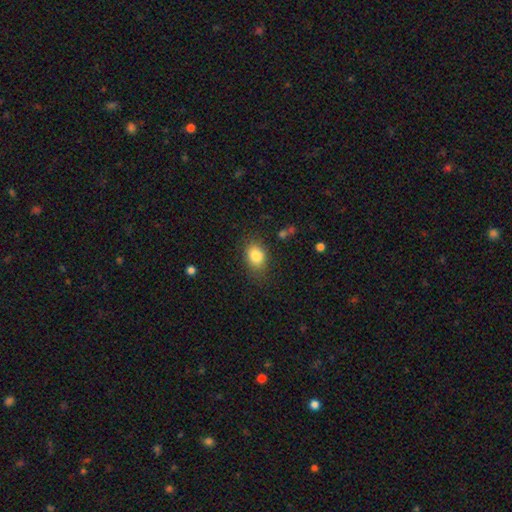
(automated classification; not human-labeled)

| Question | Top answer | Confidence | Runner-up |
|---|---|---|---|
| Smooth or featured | smooth | 85% | star or artifact (9%) |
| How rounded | in between | 72% | round (27%) |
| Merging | none | 75% | minor disturbance (17%) |